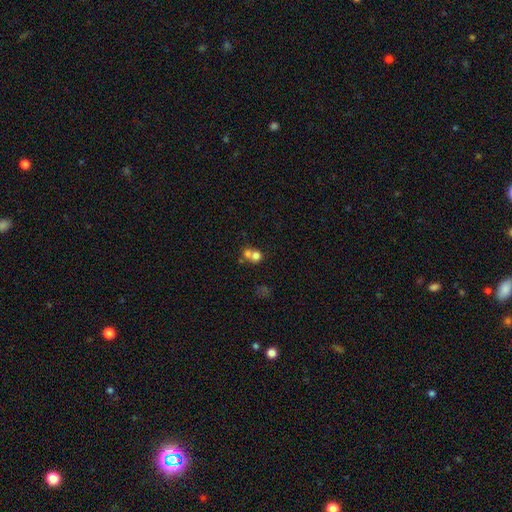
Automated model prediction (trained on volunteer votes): The model was most divided on "merging": merger: 58%, none: 32%, minor disturbance: 6%, major disturbance: 4%. More confident: how rounded — round (79%); smooth or featured — smooth (70%).